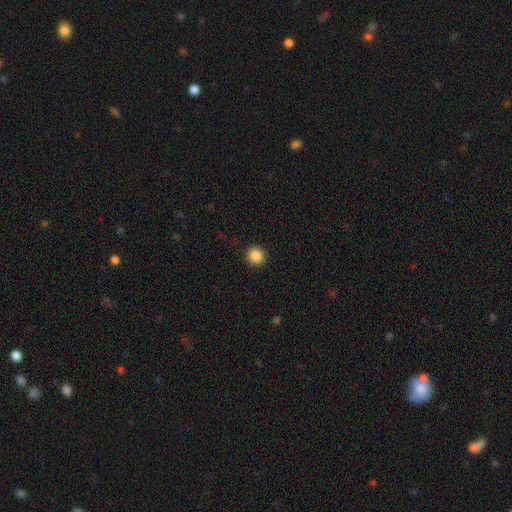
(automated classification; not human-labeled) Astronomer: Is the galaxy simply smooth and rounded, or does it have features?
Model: smooth — 87%.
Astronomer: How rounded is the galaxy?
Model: round — 94%.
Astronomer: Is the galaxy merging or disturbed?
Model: none — 92%.